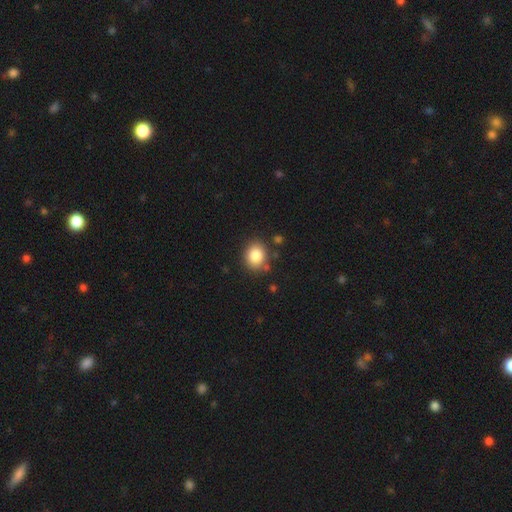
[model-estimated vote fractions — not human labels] A smooth galaxy with no disk features (85%) that is round (64%). Merging: none (82%).